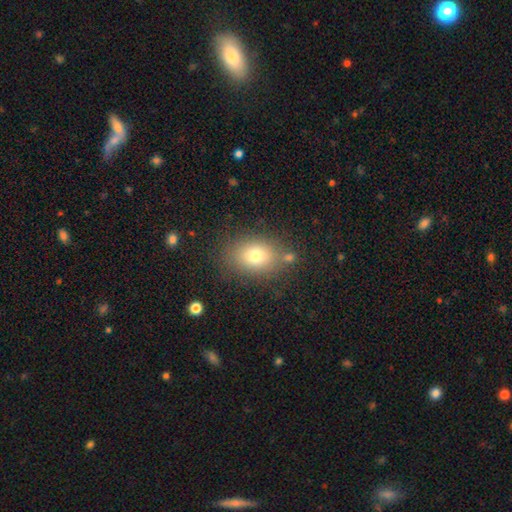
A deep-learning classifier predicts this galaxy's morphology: smooth_or_featured: smooth (p=0.76) [alt: featured or disk p=0.13]
how_rounded: in between (p=0.72) [alt: round p=0.26]
merging: none (p=0.77) [alt: minor disturbance p=0.13]